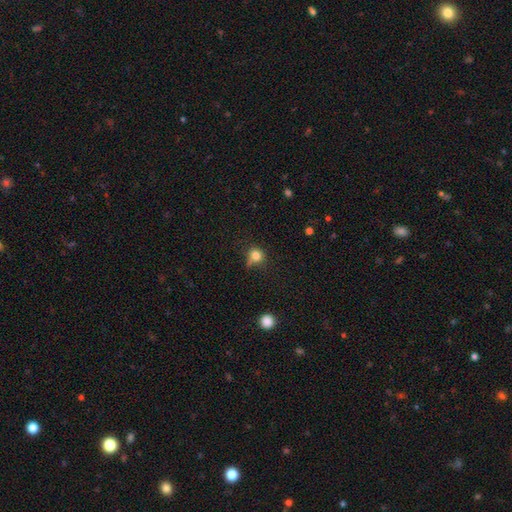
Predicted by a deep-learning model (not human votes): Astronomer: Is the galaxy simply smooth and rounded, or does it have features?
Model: smooth — 80%.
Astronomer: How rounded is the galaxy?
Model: round — 85%.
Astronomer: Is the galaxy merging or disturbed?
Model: none — 60%.